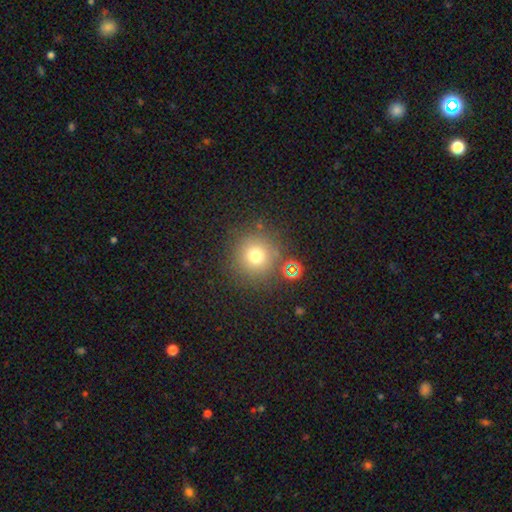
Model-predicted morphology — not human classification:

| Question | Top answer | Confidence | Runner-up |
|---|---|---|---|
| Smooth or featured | smooth | 72% | star or artifact (19%) |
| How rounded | round | 94% | in between (5%) |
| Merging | none | 83% | minor disturbance (8%) |